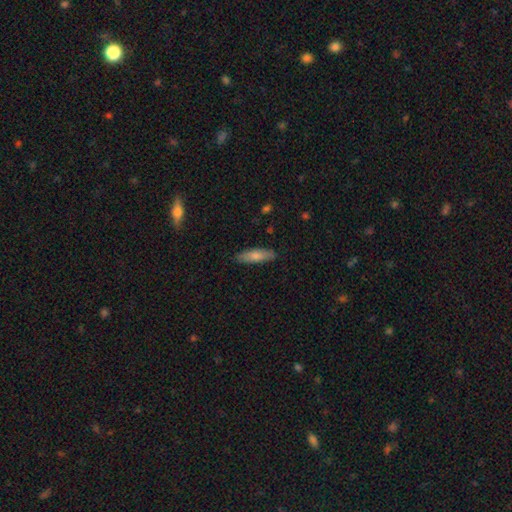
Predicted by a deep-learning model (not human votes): Q: Smooth or featured?
A: smooth (75%); runner-up: featured or disk (19%)
Q: How rounded?
A: cigar-shaped (59%); runner-up: in between (39%)
Q: Merging?
A: none (85%); runner-up: minor disturbance (11%)